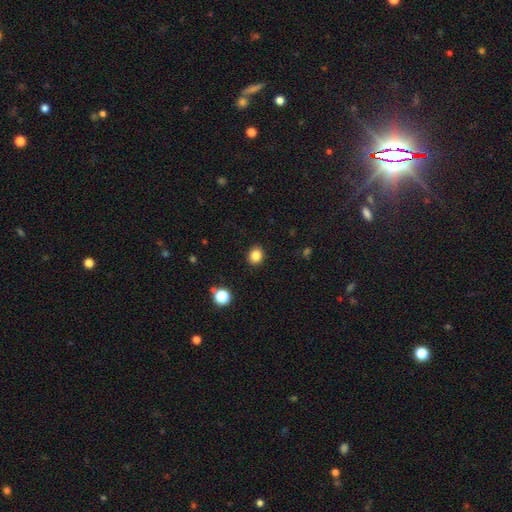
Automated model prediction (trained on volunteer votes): Smooth or featured? smooth (84%)
How rounded? round (74%)
Merging? none (90%)